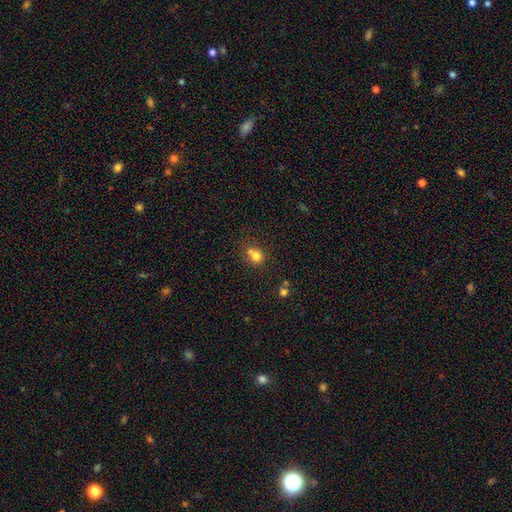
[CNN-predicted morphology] Smooth or featured?
  - smooth: 75% *
  - star or artifact: 13%
  - featured or disk: 12%
How rounded?
  - round: 75% *
  - in between: 24%
  - cigar-shaped: 1%
Merging?
  - none: 43% *
  - merger: 42%
  - minor disturbance: 11%
  - major disturbance: 4%